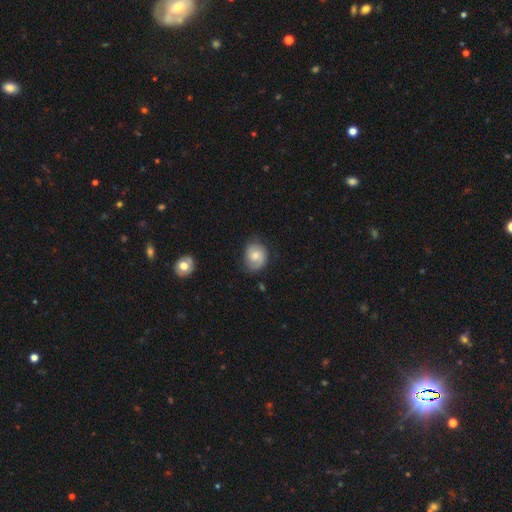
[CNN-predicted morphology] smooth_or_featured: smooth (p=0.54) [alt: featured or disk p=0.38]
how_rounded: round (p=0.65) [alt: in between p=0.34]
merging: none (p=0.68) [alt: minor disturbance p=0.24]